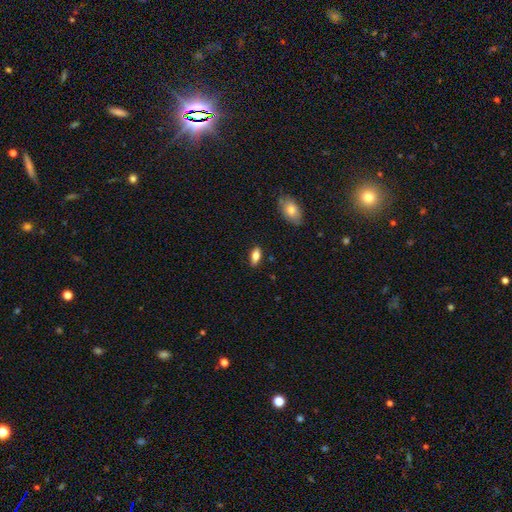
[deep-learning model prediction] Q: Smooth or featured?
A: smooth (76%); runner-up: featured or disk (17%)
Q: How rounded?
A: in between (85%); runner-up: cigar-shaped (12%)
Q: Merging?
A: none (86%); runner-up: minor disturbance (10%)